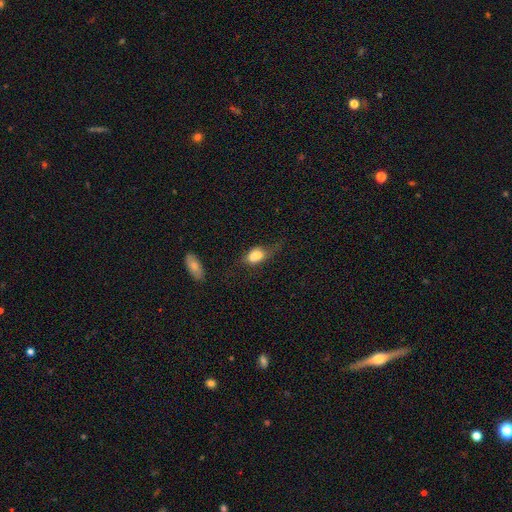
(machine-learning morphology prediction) type=smooth (74%); roundness=in between (78%); merging=none (31%).